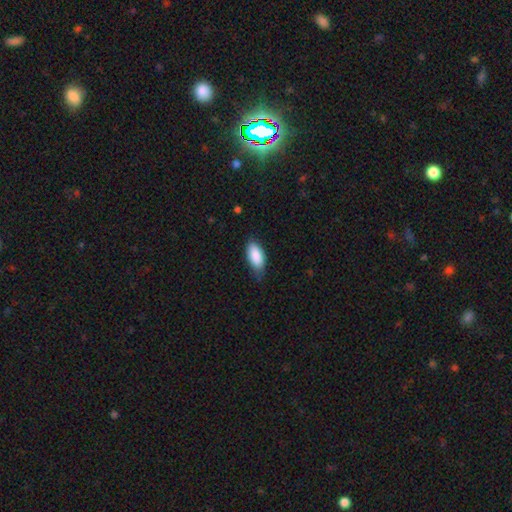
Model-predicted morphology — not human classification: smooth 88%, featured or disk 6%, star or artifact 6%. Down the decision tree: how rounded — in between (90%); merging — none (68%).